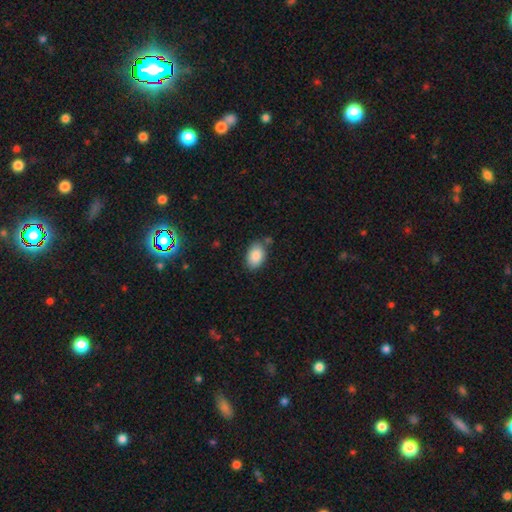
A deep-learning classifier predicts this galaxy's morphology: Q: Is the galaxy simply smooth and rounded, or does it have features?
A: smooth — 88%.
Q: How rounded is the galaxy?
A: in between — 87%.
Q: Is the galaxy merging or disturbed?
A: none — 77%.